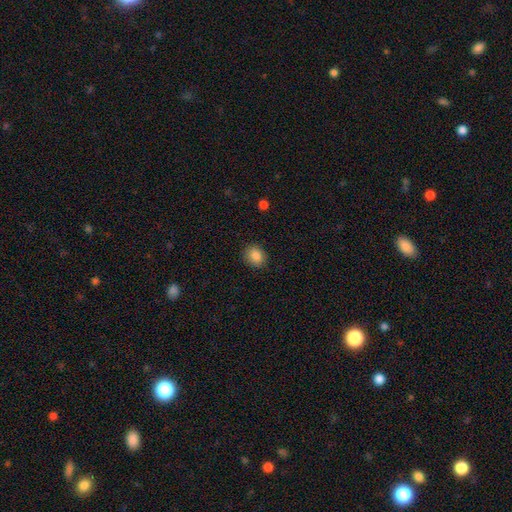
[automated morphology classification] Smooth or featured?
  - smooth: 86% *
  - star or artifact: 9%
  - featured or disk: 4%
How rounded?
  - round: 57% *
  - in between: 42%
  - cigar-shaped: 1%
Merging?
  - none: 88% *
  - minor disturbance: 9%
  - major disturbance: 2%
  - merger: 1%